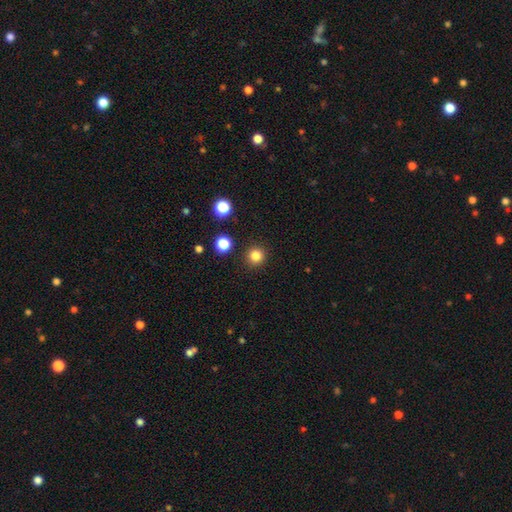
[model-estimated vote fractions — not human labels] The model was most divided on "smooth or featured": smooth: 83%, star or artifact: 13%, featured or disk: 4%. More confident: how rounded — round (95%); merging — none (92%).